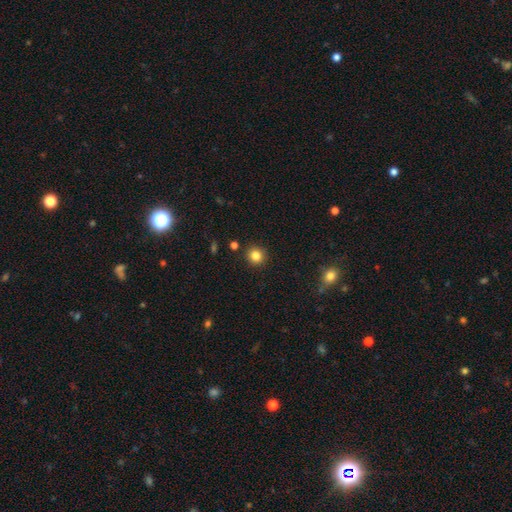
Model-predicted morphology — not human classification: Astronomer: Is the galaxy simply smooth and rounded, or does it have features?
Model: smooth — 83%.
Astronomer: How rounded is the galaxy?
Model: round — 92%.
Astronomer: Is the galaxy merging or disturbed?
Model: none — 90%.